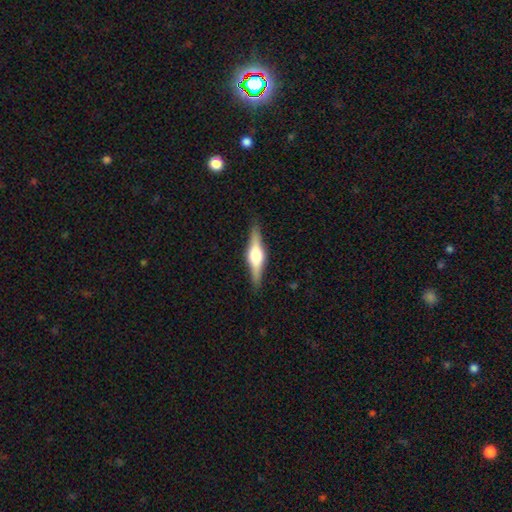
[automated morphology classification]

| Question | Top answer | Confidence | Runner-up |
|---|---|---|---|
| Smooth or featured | featured or disk | 72% | smooth (22%) |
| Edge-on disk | yes | 97% | no (3%) |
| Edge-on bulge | rounded | 93% | boxy (5%) |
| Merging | none | 89% | minor disturbance (8%) |